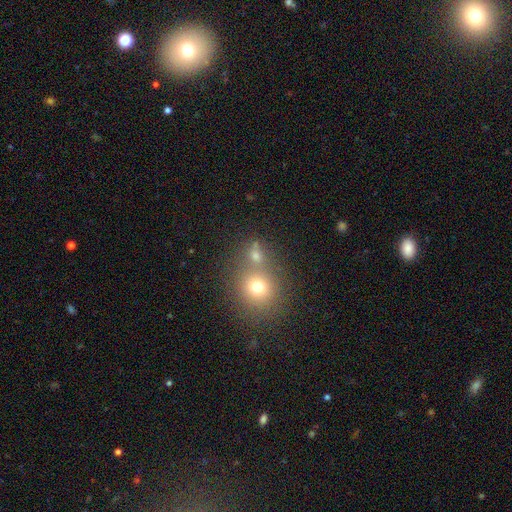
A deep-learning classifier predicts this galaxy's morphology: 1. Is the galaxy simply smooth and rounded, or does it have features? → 67% smooth, 21% star or artifact, 13% featured or disk.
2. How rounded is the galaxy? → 79% round, 19% in between, 1% cigar-shaped.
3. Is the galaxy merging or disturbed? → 51% none, 38% merger, 8% minor disturbance, 3% major disturbance.